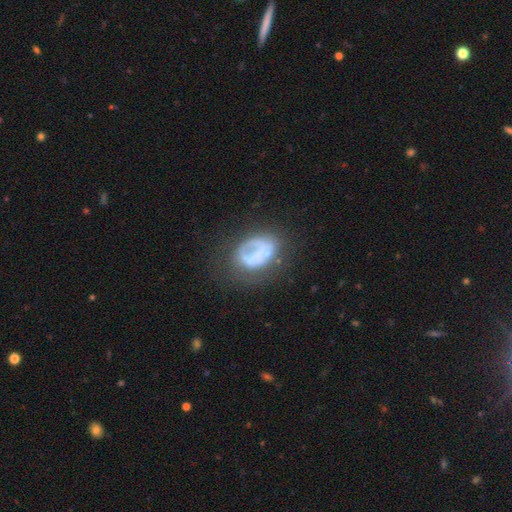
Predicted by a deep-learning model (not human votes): smooth-or-featured: featured or disk: 51% | smooth: 38% | star or artifact: 11%
  disk-edge-on: no: 97% | yes: 3%
  merging: none: 43% | major disturbance: 30% | minor disturbance: 23% | merger: 5%